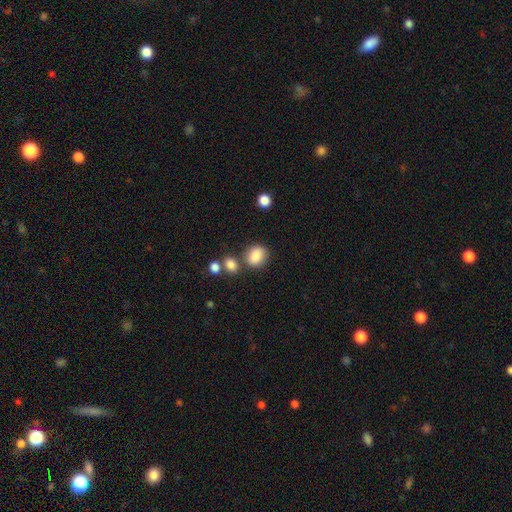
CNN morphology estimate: type=smooth (85%); roundness=in between (50%); merging=none (66%).